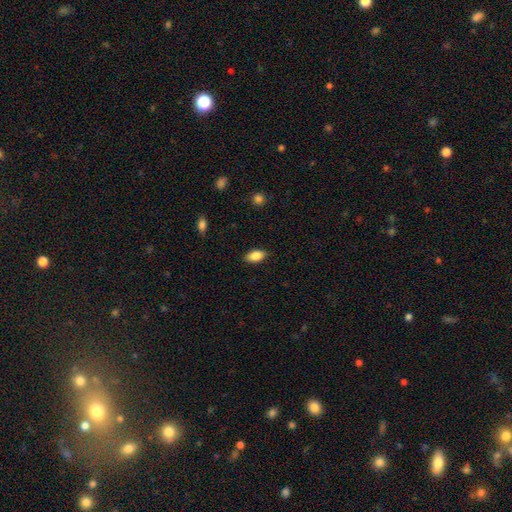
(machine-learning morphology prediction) smooth_or_featured: smooth (p=0.86) [alt: star or artifact p=0.07]
how_rounded: in between (p=0.91) [alt: round p=0.05]
merging: none (p=0.86) [alt: minor disturbance p=0.10]